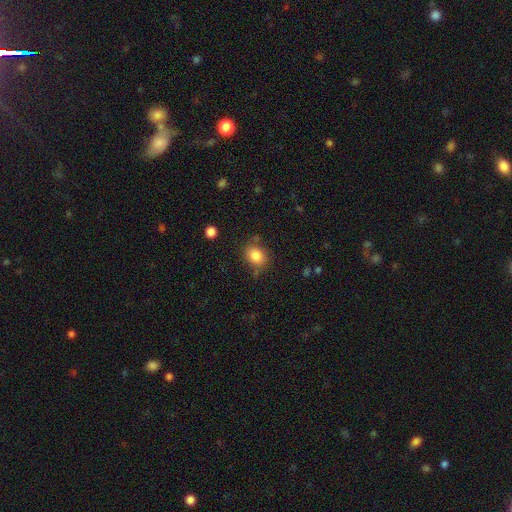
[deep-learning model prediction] The model was most divided on "how rounded": round: 56%, in between: 43%, cigar-shaped: 1%. More confident: smooth or featured — smooth (84%); merging — none (76%).